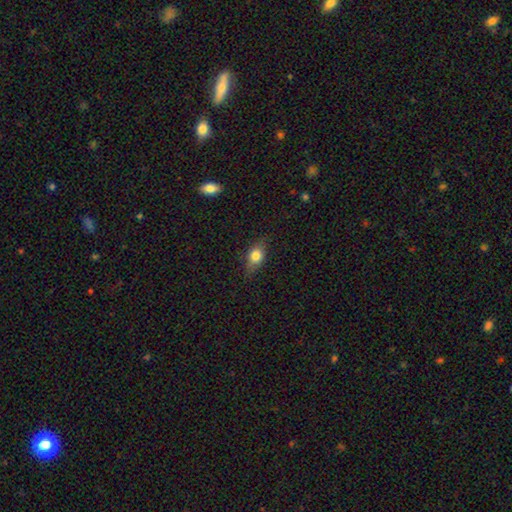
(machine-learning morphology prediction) Smooth or featured? Predicted: smooth (p=0.73). How rounded? Predicted: in between (p=0.70). Merging? Predicted: none (p=0.75).